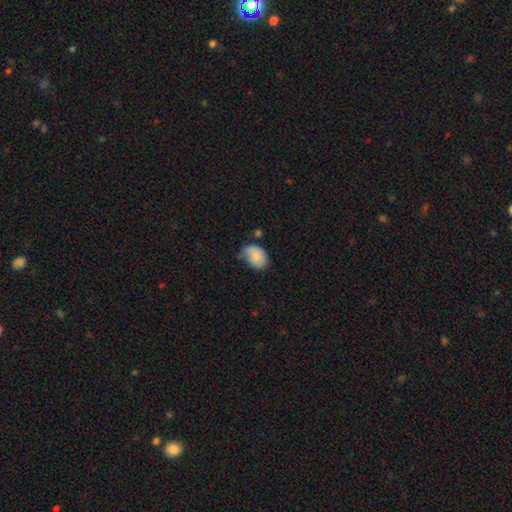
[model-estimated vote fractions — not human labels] smooth_or_featured: smooth (p=0.80) [alt: featured or disk p=0.12]
how_rounded: in between (p=0.76) [alt: round p=0.23]
merging: none (p=0.48) [alt: minor disturbance p=0.39]